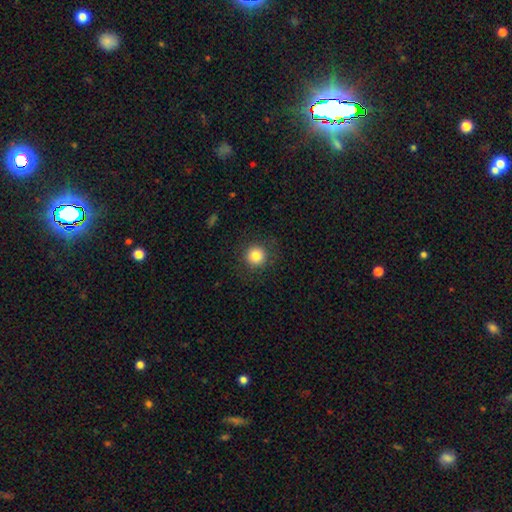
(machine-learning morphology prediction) smooth_or_featured: smooth (p=0.83) [alt: star or artifact p=0.11]
how_rounded: round (p=0.94) [alt: in between p=0.05]
merging: none (p=0.88) [alt: minor disturbance p=0.08]